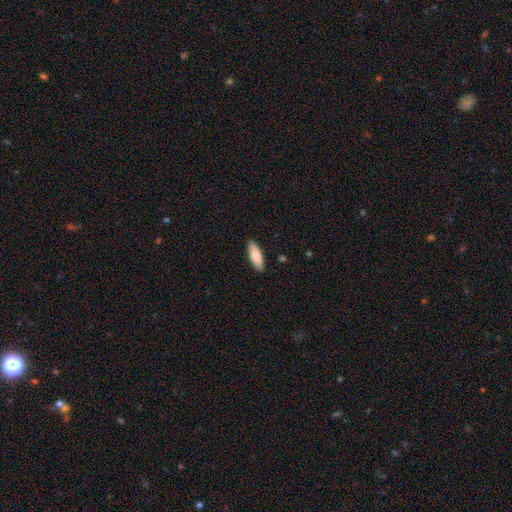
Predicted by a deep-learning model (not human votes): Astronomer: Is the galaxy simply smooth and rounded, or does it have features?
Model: smooth — 80%.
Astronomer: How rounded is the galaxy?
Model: in between — 66%.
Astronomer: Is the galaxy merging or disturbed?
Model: none — 88%.